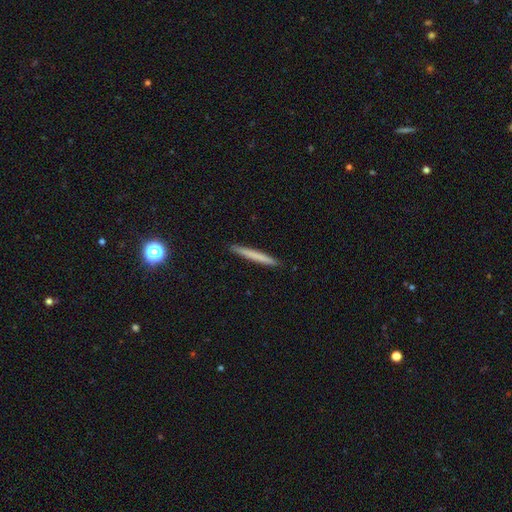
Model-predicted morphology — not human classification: A smooth galaxy with no disk features (69%) that is cigar-shaped (97%). Merging: none (92%).